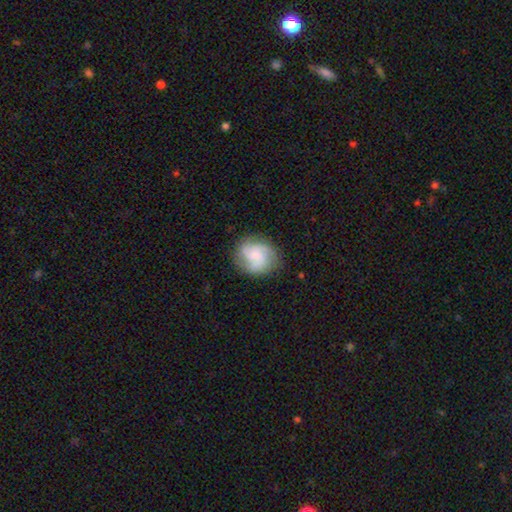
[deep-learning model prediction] smooth-or-featured: featured or disk: 56% | smooth: 36% | star or artifact: 8%
  disk-edge-on: no: 98% | yes: 2%
    bar: no: 69% | weak: 27% | strong: 4%
    has-spiral-arms: yes: 91% | no: 9%
      spiral-winding: medium: 47% | tight: 31% | loose: 22%
      spiral-arm-count: 3: 39% | 2: 24% | can't tell: 20% | 4: 8% | 1: 5% | more than 4: 4%
    bulge-size: small: 48% | moderate: 27% | none: 16% | large: 7% | dominant: 2%
  merging: none: 75% | minor disturbance: 17% | major disturbance: 7% | merger: 1%